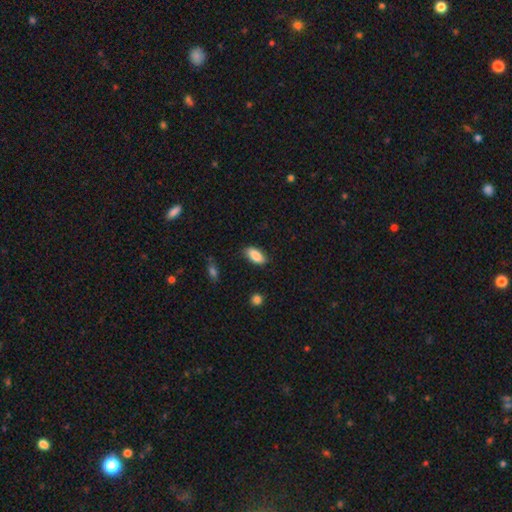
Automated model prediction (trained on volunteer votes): A smooth galaxy with no disk features (86%) that is in between round and cigar-shaped (89%).

Vote fractions:
- Smooth or featured? smooth: 86% / featured or disk: 7% / star or artifact: 7%
- How rounded? in between: 89% / cigar-shaped: 8% / round: 3%
- Merging? none: 78% / minor disturbance: 17% / major disturbance: 3% / merger: 1%